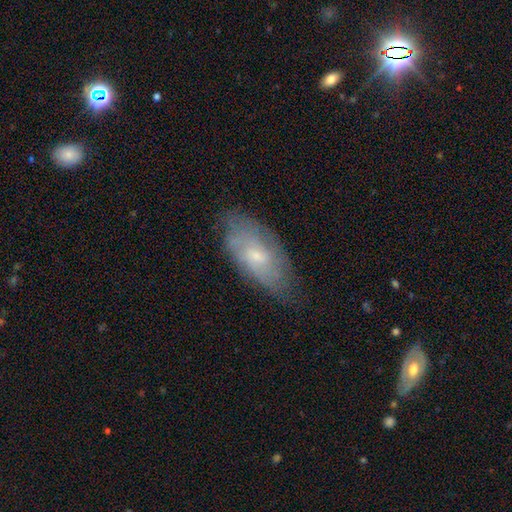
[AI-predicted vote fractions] This is possibly a featured or disk galaxy (53%). It is clearly not viewed edge-on (88%). Merging: likely none (69%).